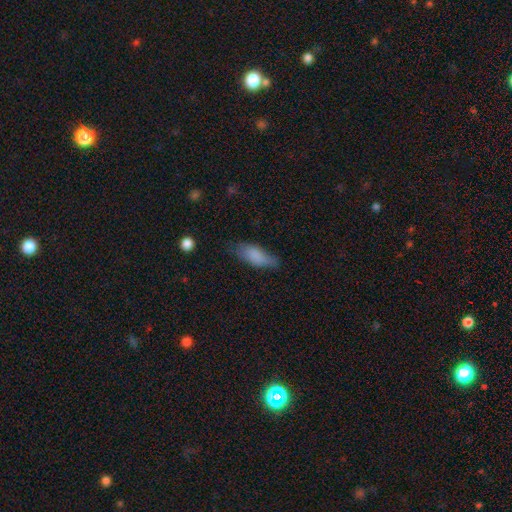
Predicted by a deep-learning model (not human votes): Overall: smooth (83%). How rounded: in between (70%). Merging: none (62%; minor disturbance 28%).